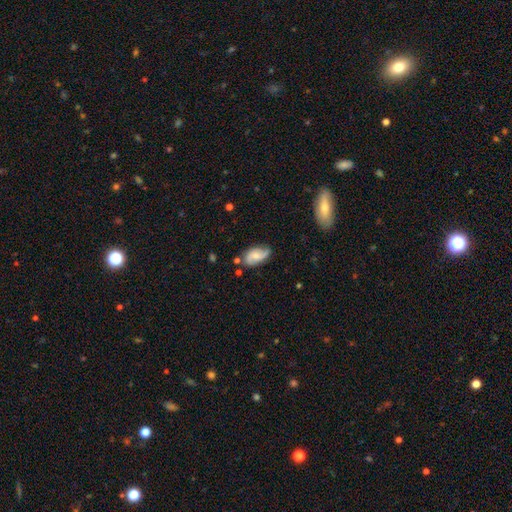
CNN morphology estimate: A featured or disk galaxy (62%) with no bar (62%), 2 (80%) medium (40%) spiral arms (92%) and a small central bulge (47%).

Vote fractions:
- Smooth or featured? featured or disk: 62% / smooth: 30% / star or artifact: 7%
- Edge-on disk? no: 96% / yes: 4%
- Bar? no: 62% / weak: 32% / strong: 6%
- Spiral arms? yes: 92% / no: 8%
- Spiral winding? medium: 40% / loose: 38% / tight: 22%
- Spiral arm count? 2: 80% / can't tell: 8% / 1: 6% / 3: 3% / 4: 1% / more than 4: 1%
- Bulge size? small: 47% / moderate: 39% / none: 9% / large: 3% / dominant: 1%
- Merging? none: 64% / minor disturbance: 26% / major disturbance: 7% / merger: 4%